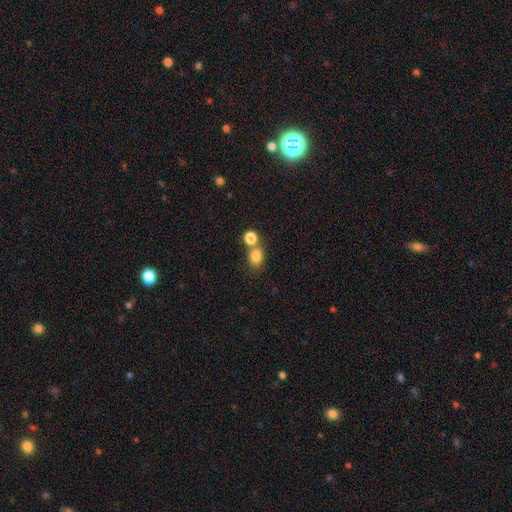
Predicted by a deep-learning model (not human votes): Smooth or featured?
  - smooth: 81% *
  - star or artifact: 12%
  - featured or disk: 7%
How rounded?
  - round: 58% *
  - in between: 41%
  - cigar-shaped: 1%
Merging?
  - none: 53% *
  - merger: 34%
  - minor disturbance: 9%
  - major disturbance: 4%